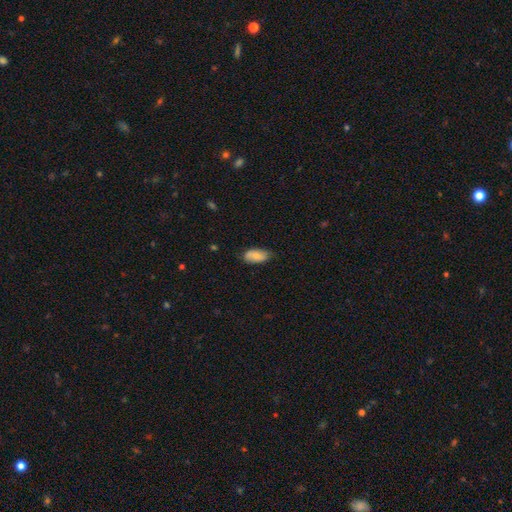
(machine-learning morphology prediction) type=smooth (76%); roundness=in between (92%); merging=none (71%).